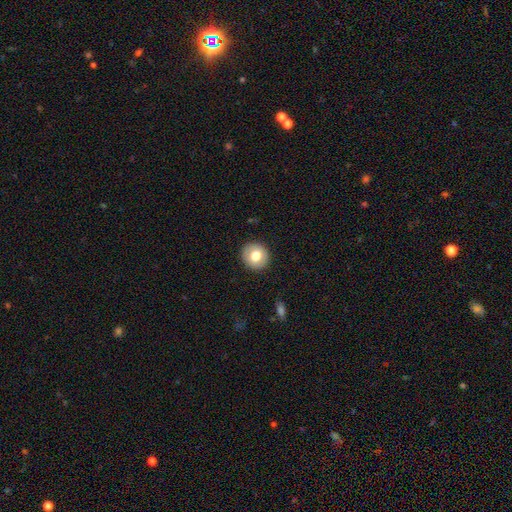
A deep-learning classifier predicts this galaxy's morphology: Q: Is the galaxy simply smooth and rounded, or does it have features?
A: smooth — 74%.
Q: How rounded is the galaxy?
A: round — 91%.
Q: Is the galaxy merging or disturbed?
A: none — 91%.